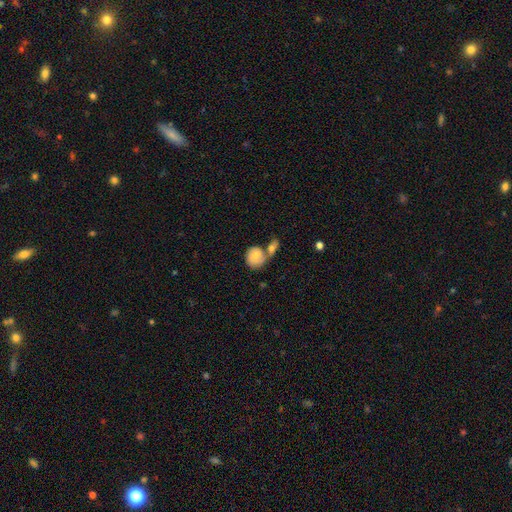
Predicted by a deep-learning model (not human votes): Smooth or featured: smooth — 63% (featured or disk — 30%)
How rounded: round — 72% (in between — 27%)
Merging: merger — 50% (none — 32%)